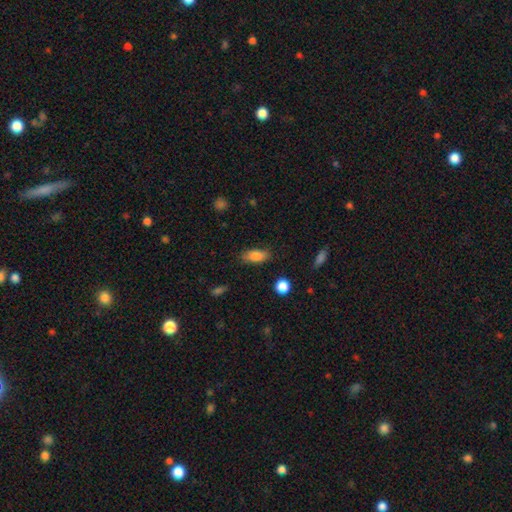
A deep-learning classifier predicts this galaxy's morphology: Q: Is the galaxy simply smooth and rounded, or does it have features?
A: smooth — 84%.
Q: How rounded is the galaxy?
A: in between — 82%.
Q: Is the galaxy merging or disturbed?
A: none — 83%.